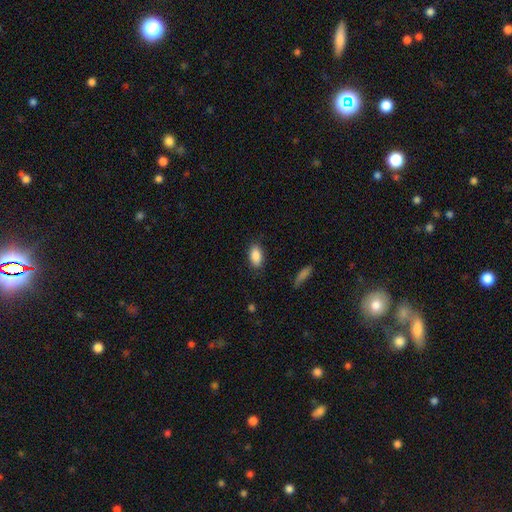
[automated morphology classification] A smooth galaxy with no disk features (88%) that is in between round and cigar-shaped (91%). Merging: none (85%).